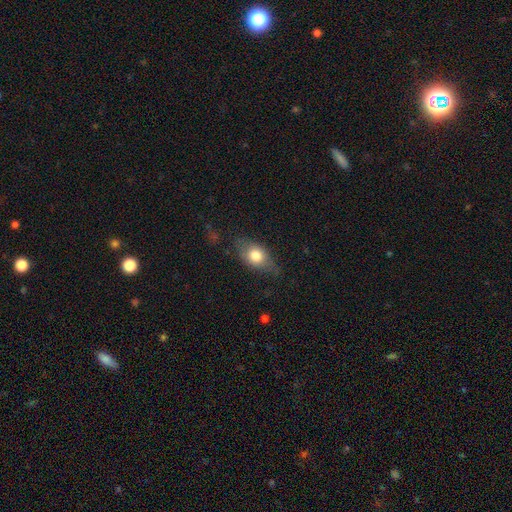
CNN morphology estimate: Smooth or featured? Predicted: smooth (p=0.73). How rounded? Predicted: in between (p=0.79). Merging? Predicted: none (p=0.67).